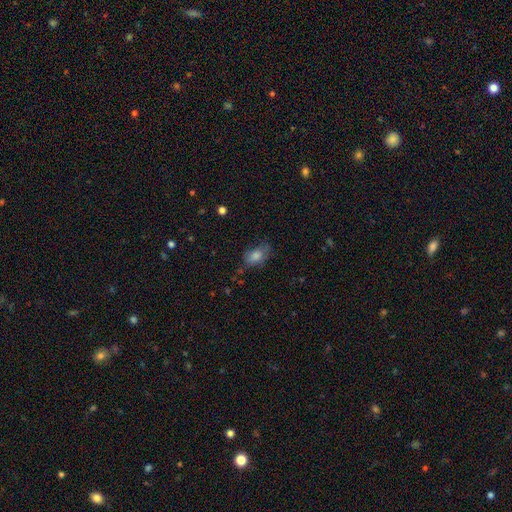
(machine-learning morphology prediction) This appears to be a smooth galaxy with no disk features (73%) that is in between round and cigar-shaped (84%). Merging: none (62%).